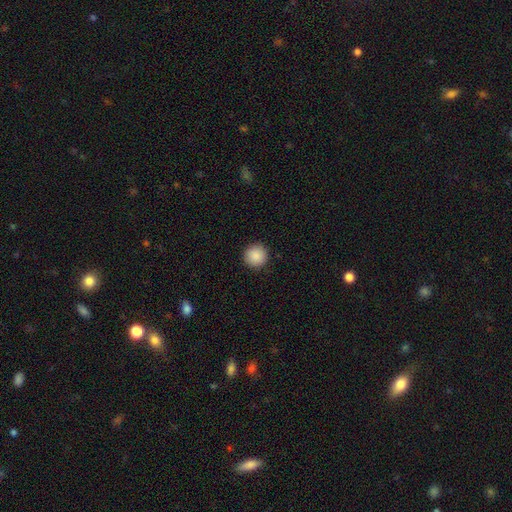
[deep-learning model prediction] This appears to be a smooth galaxy with no disk features (89%) that is round (96%). Merging: none (92%).